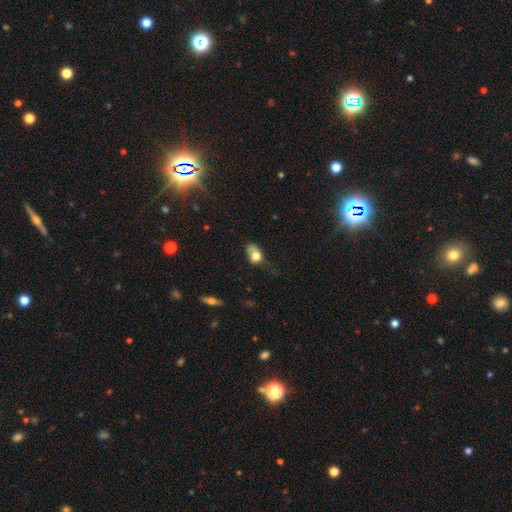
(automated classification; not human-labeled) smooth 74%, featured or disk 16%, star or artifact 10%. Down the decision tree: how rounded — in between (75%); merging — minor disturbance (34%).